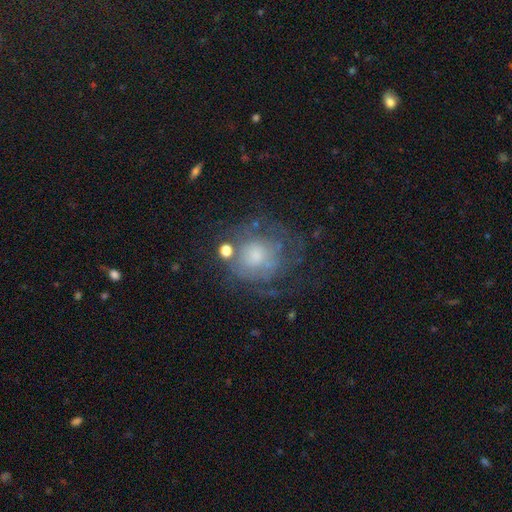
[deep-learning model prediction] Smooth or featured: featured or disk — 51% (smooth — 37%)
Edge-on disk: no — 97% (yes — 3%)
Merging: none — 54% (major disturbance — 21%)